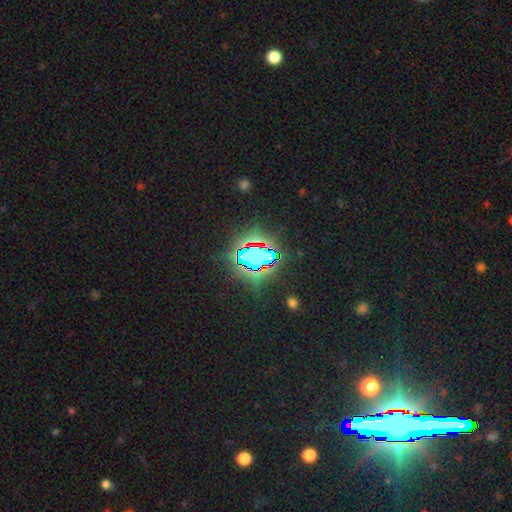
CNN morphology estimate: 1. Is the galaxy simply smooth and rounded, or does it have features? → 74% star or artifact, 16% smooth, 10% featured or disk.